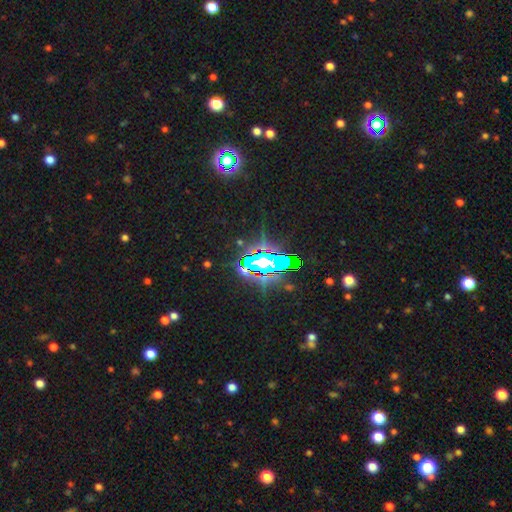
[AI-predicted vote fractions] Q: Smooth or featured?
A: star or artifact (72%); runner-up: featured or disk (14%)